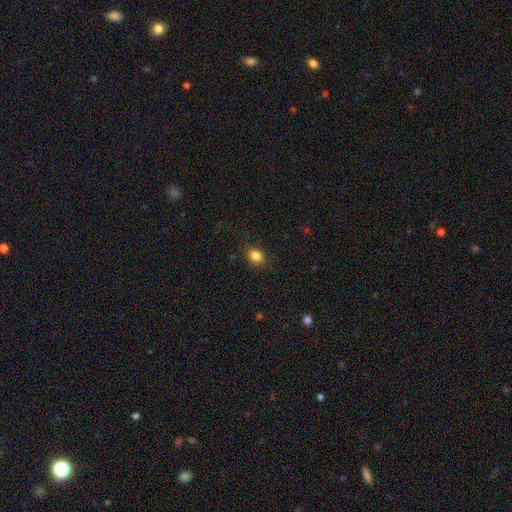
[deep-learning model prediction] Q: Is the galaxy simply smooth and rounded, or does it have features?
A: smooth — 83%.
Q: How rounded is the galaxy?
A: in between — 53%.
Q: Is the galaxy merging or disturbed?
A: none — 82%.